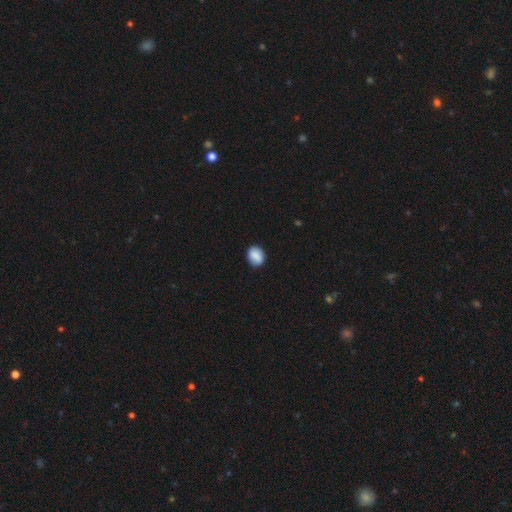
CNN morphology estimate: This is clearly a smooth galaxy (85%). How rounded: possibly round (52%). Merging: clearly none (83%).